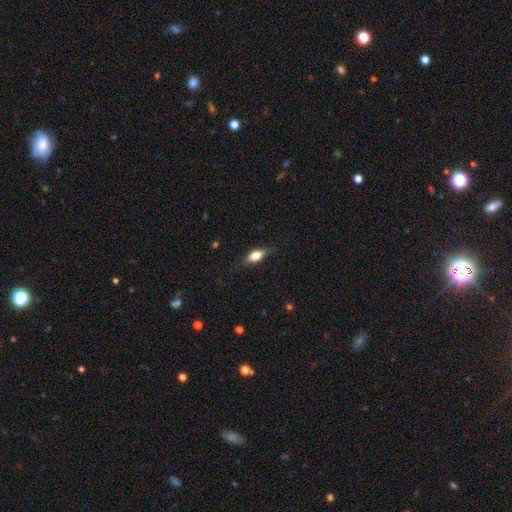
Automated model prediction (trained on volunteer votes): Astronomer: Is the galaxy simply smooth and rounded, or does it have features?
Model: smooth — 70%.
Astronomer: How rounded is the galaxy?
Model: in between — 75%.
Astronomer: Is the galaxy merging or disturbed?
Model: none — 77%.